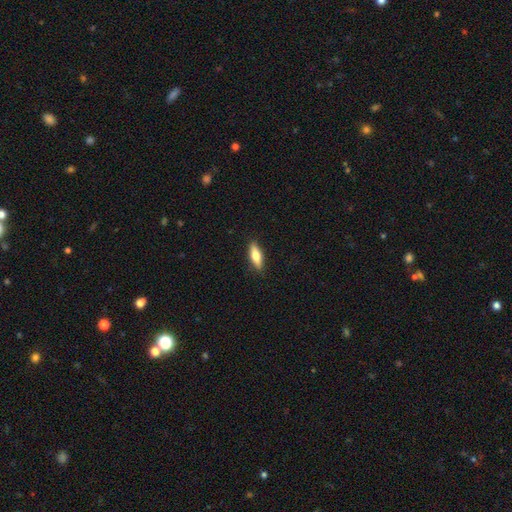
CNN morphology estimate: This appears to be a smooth galaxy with no disk features (65%) that is in between round and cigar-shaped (51%). Merging: none (89%).